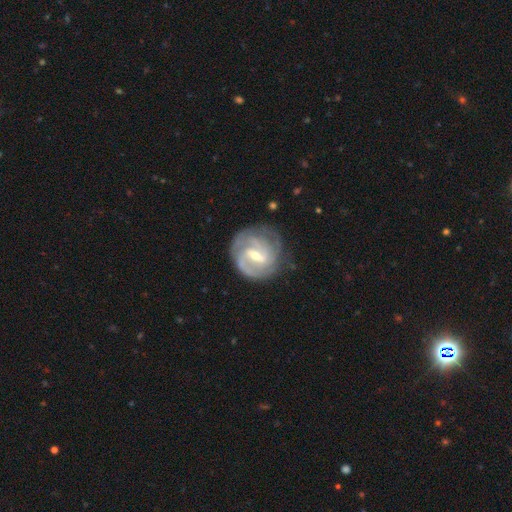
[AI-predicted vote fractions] Smooth or featured? Predicted: featured or disk (p=0.84). Edge-on disk? Predicted: no (p=0.97). Bar? Predicted: weak (p=0.49). Spiral arms? Predicted: yes (p=0.94). Spiral winding? Predicted: tight (p=0.53). Spiral arm count? Predicted: 2 (p=0.41). Bulge size? Predicted: small (p=0.47, tied with moderate). Merging? Predicted: none (p=0.71).